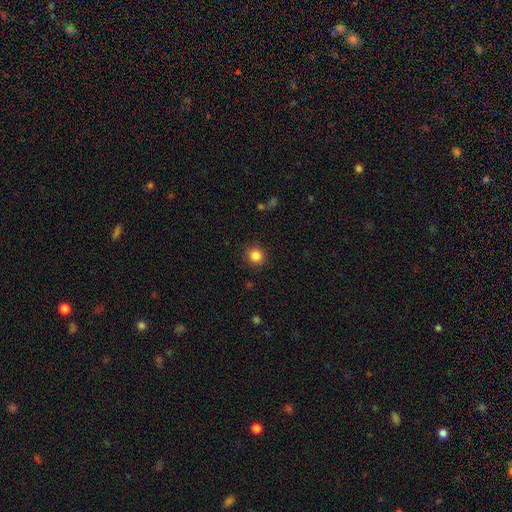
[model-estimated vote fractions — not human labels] A smooth galaxy with no disk features (85%) that is round (88%). Merging: none (89%).